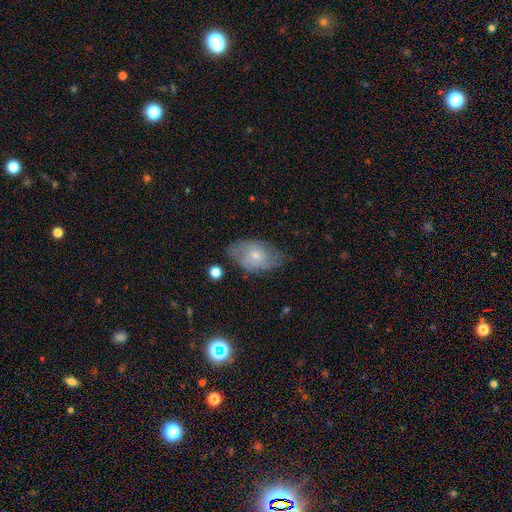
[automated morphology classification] smooth_or_featured: featured or disk (p=0.46) [tied with: smooth p=0.46]
merging: none (p=0.64) [alt: minor disturbance p=0.25]